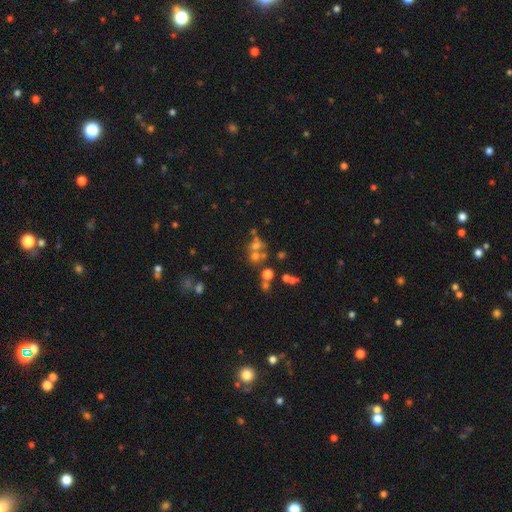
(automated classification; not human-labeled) The model was most divided on "merging": none: 44%, merger: 41%, minor disturbance: 9%, major disturbance: 6%. Remaining: smooth or featured — smooth (50%).